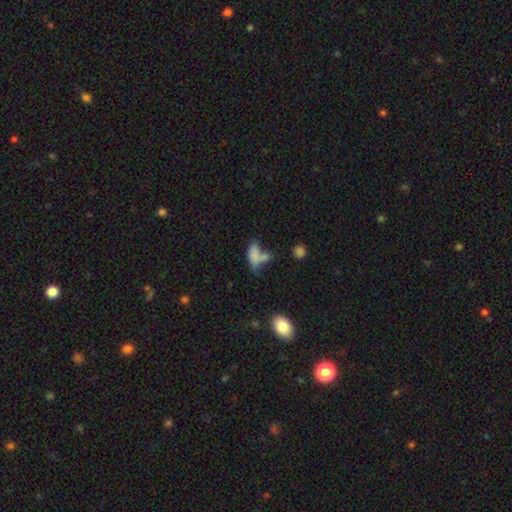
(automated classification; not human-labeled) A smooth galaxy with no disk features (70%) that is in between round and cigar-shaped (74%).

Vote fractions:
- Smooth or featured? smooth: 70% / featured or disk: 18% / star or artifact: 12%
- How rounded? in between: 74% / cigar-shaped: 20% / round: 6%
- Merging? merger: 41% / none: 28% / minor disturbance: 17% / major disturbance: 15%